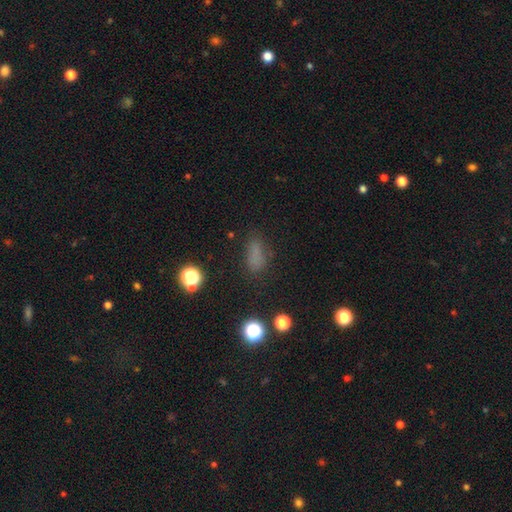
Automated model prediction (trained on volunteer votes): smooth-or-featured: smooth: 68% | star or artifact: 23% | featured or disk: 9%
  how-rounded: in between: 76% | cigar-shaped: 13% | round: 11%
  merging: none: 69% | minor disturbance: 18% | major disturbance: 9% | merger: 4%